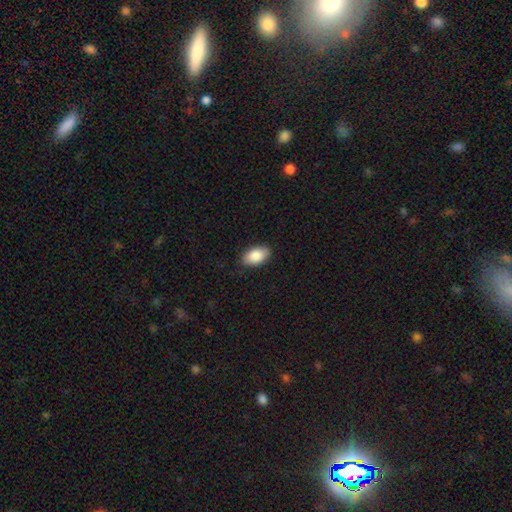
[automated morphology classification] A smooth galaxy with no disk features (87%) that is in between round and cigar-shaped (94%). Merging: none (88%).